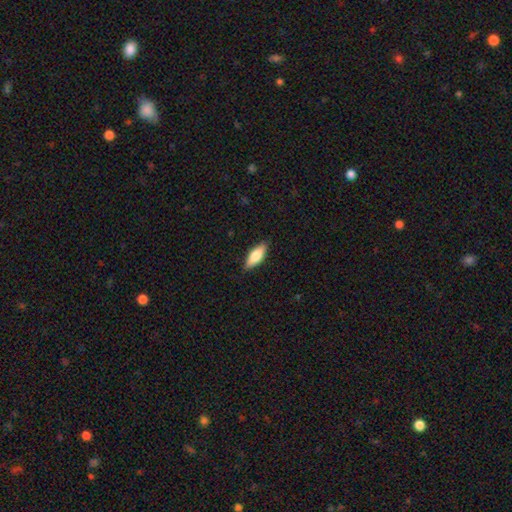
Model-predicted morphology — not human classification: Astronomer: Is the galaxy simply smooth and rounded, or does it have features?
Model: smooth — 69%.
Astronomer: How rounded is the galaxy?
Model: in between — 66%.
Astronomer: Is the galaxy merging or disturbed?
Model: none — 87%.